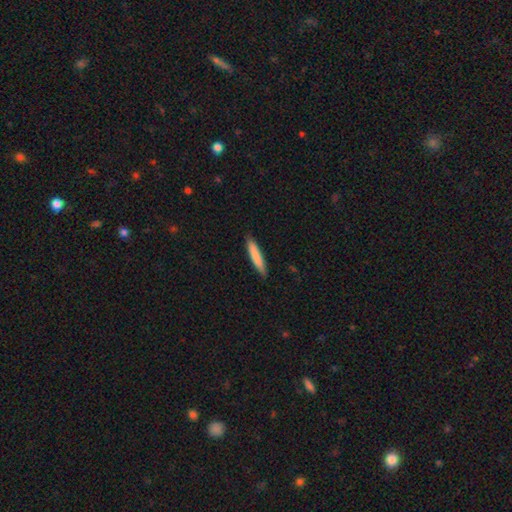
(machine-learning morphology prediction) Smooth or featured?
  - smooth: 82% *
  - featured or disk: 13%
  - star or artifact: 6%
How rounded?
  - cigar-shaped: 91% *
  - in between: 8%
  - round: 1%
Merging?
  - none: 87% *
  - minor disturbance: 10%
  - major disturbance: 2%
  - merger: 1%